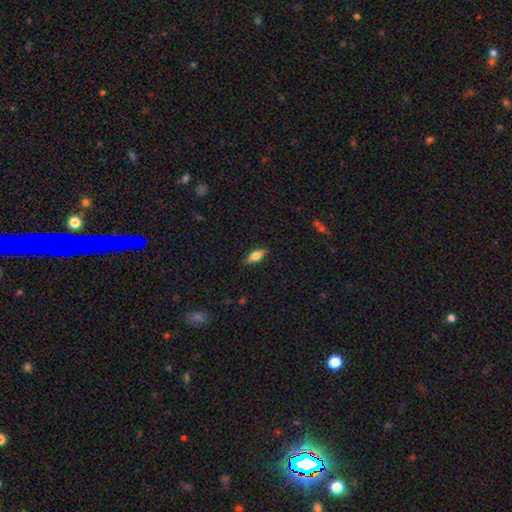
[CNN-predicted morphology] A smooth galaxy with no disk features (71%) that is in between round and cigar-shaped (74%). Merging: none (85%).